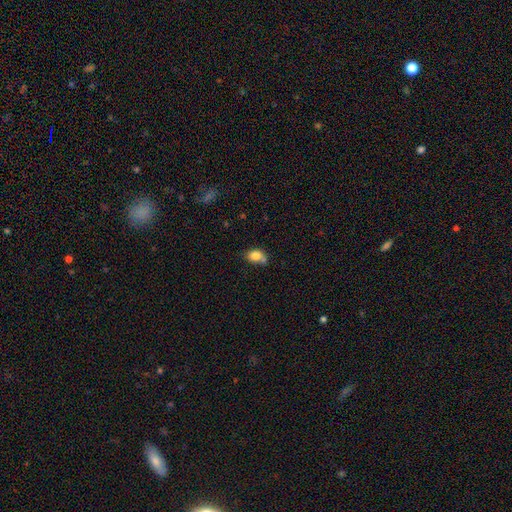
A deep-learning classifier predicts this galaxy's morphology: The model was most divided on "merging": none: 46%, merger: 24%, minor disturbance: 23%, major disturbance: 7%. More confident: smooth or featured — smooth (81%); how rounded — in between (65%).